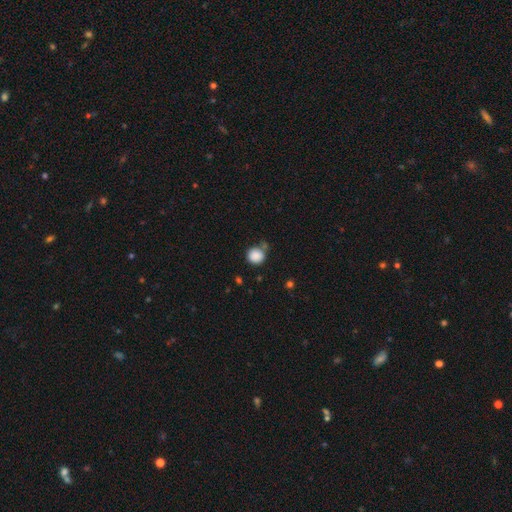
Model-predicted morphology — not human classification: Smooth or featured?
  - smooth: 88% *
  - star or artifact: 9%
  - featured or disk: 3%
How rounded?
  - round: 92% *
  - in between: 7%
  - cigar-shaped: 1%
Merging?
  - none: 68% *
  - minor disturbance: 16%
  - merger: 10%
  - major disturbance: 5%